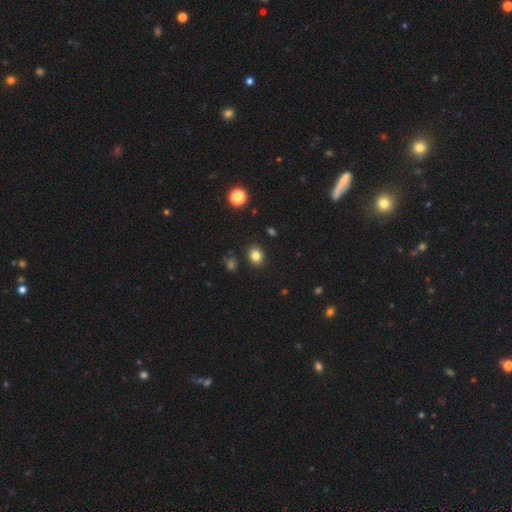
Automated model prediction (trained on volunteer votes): Smooth or featured?
  - smooth: 83% *
  - star or artifact: 12%
  - featured or disk: 6%
How rounded?
  - round: 57% *
  - in between: 43%
  - cigar-shaped: 1%
Merging?
  - none: 88% *
  - minor disturbance: 8%
  - major disturbance: 2%
  - merger: 2%